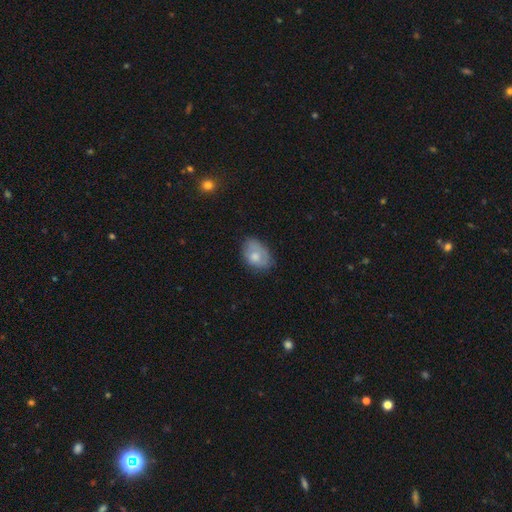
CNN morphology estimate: Smooth or featured? Predicted: smooth (p=0.68). How rounded? Predicted: in between (p=0.82). Merging? Predicted: none (p=0.60).